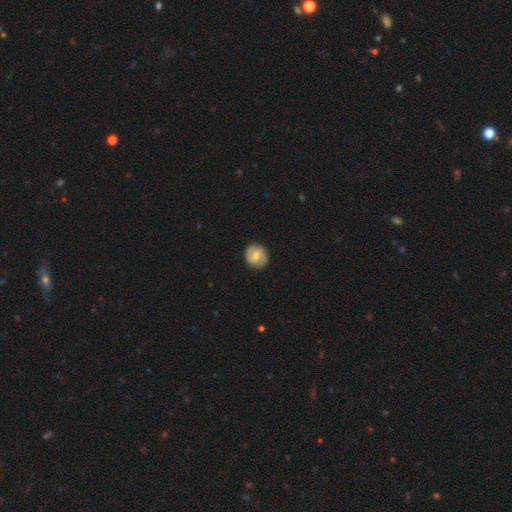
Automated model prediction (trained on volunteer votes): A featured or disk galaxy (50%).

Vote fractions:
- Smooth or featured? featured or disk: 50% / smooth: 43% / star or artifact: 6%
- Edge-on disk? no: 97% / yes: 3%
- Merging? none: 87% / minor disturbance: 10% / major disturbance: 2% / merger: 1%